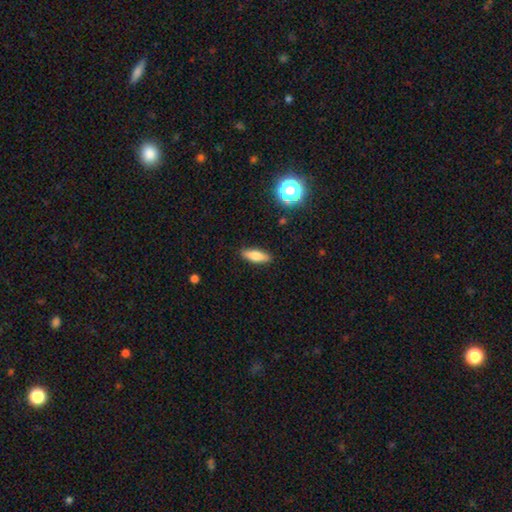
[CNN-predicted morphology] smooth_or_featured: smooth (p=0.75) [alt: featured or disk p=0.17]
how_rounded: in between (p=0.55) [alt: cigar-shaped p=0.42]
merging: none (p=0.87) [alt: minor disturbance p=0.09]